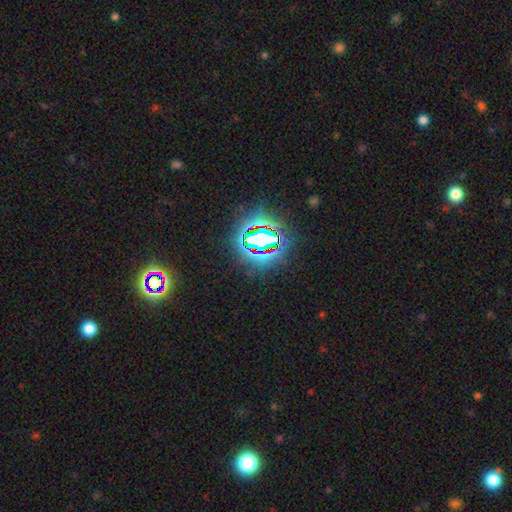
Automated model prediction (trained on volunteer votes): This appears to be a star or artifact, not a galaxy (83%).